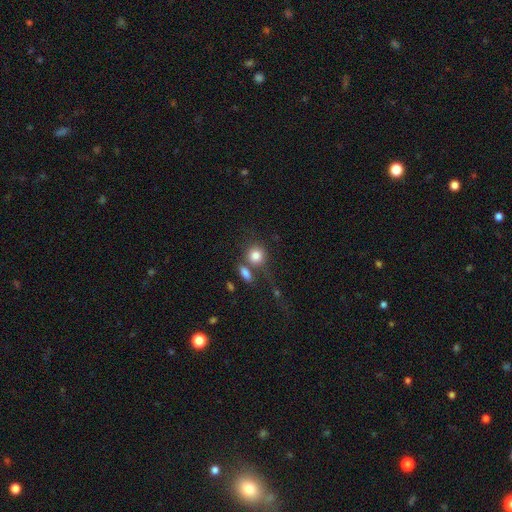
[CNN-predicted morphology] This appears to be a smooth galaxy with no disk features (81%) that is round (79%). Merging: none (50%).